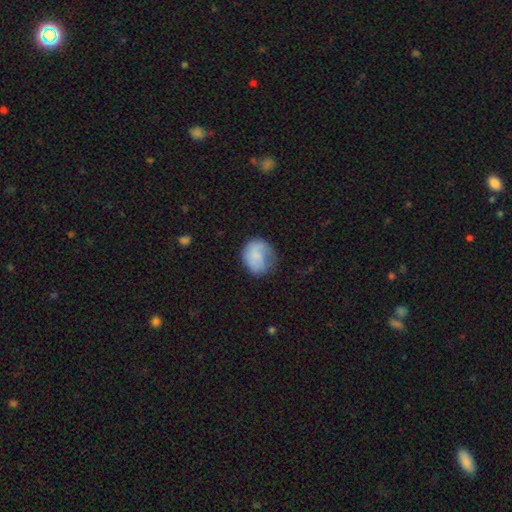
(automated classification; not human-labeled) This is likely a smooth galaxy (74%). How rounded: likely round (62%). Merging: possibly none (50%).